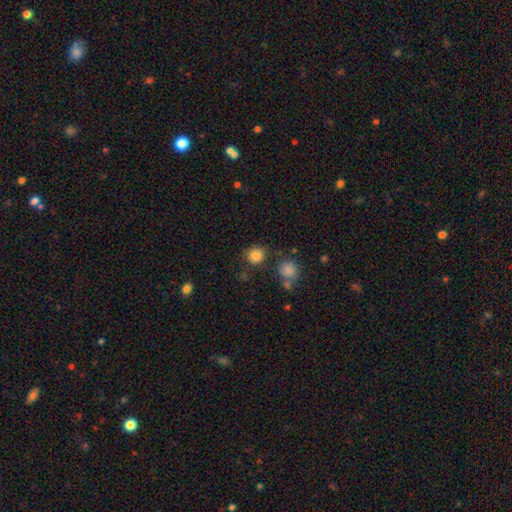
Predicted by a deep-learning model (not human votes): smooth-or-featured: smooth: 83% | star or artifact: 12% | featured or disk: 5%
  how-rounded: round: 88% | in between: 11% | cigar-shaped: 1%
  merging: none: 80% | minor disturbance: 11% | merger: 6% | major disturbance: 4%